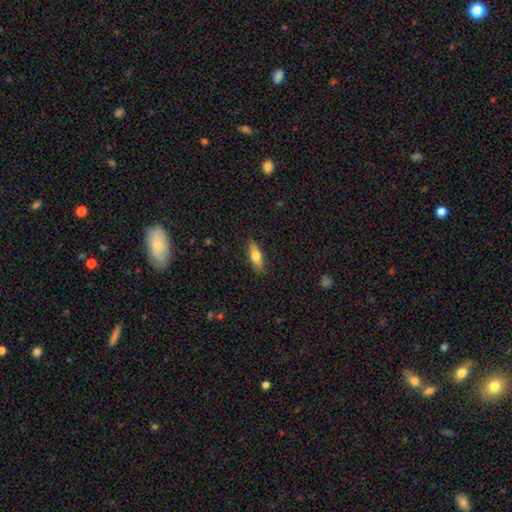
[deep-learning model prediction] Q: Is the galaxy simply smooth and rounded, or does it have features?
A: smooth — 69%.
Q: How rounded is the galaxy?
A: in between — 57%.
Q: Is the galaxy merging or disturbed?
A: none — 86%.